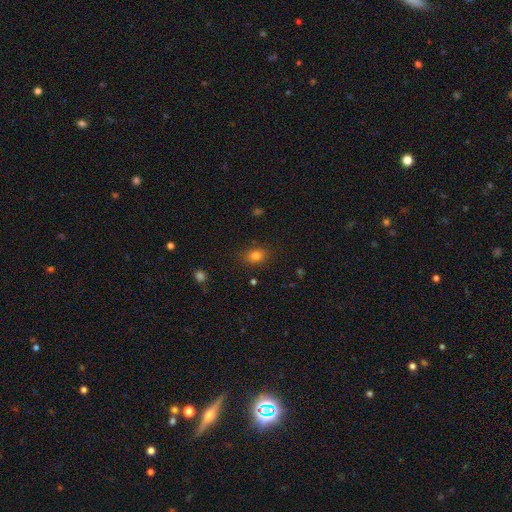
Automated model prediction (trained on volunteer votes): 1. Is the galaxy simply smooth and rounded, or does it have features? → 79% smooth, 13% star or artifact, 8% featured or disk.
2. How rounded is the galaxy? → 57% in between, 41% round, 1% cigar-shaped.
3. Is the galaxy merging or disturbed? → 83% none, 12% minor disturbance, 3% major disturbance, 1% merger.